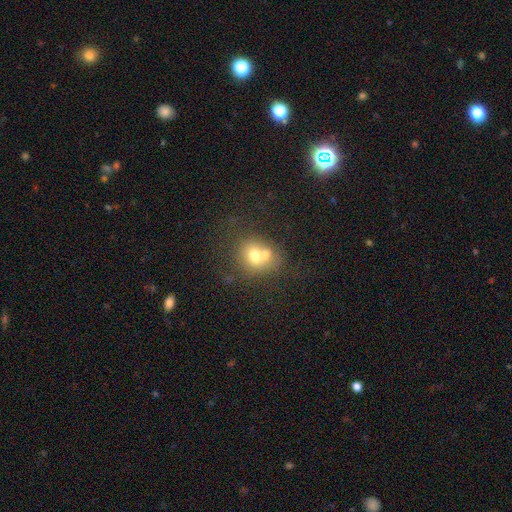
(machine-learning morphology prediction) A smooth galaxy with no disk features (65%) that is round (68%).

Vote fractions:
- Smooth or featured? smooth: 65% / featured or disk: 23% / star or artifact: 11%
- How rounded? round: 68% / in between: 31% / cigar-shaped: 1%
- Merging? merger: 58% / none: 30% / minor disturbance: 8% / major disturbance: 4%